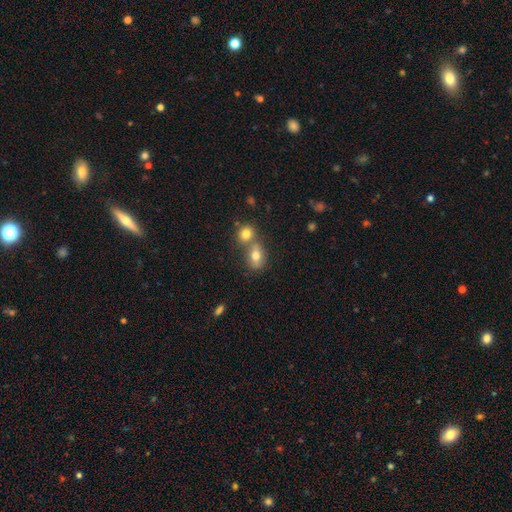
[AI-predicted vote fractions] This appears to be a smooth galaxy with no disk features (75%) that is in between round and cigar-shaped (69%). Merging: merger (43%, tied with none).